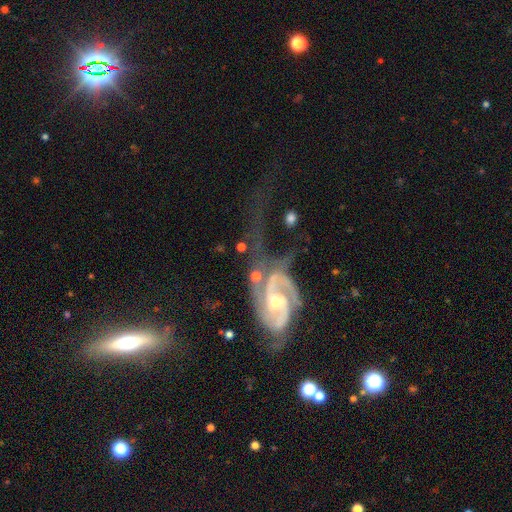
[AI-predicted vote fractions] Morphology: type=featured or disk (80%); edge-on=no (89%); bar=no (59%); spiral arms=yes (85%); winding=medium (40%); arm count=2 (52%); bulge=moderate (54%); merging=none (42%).